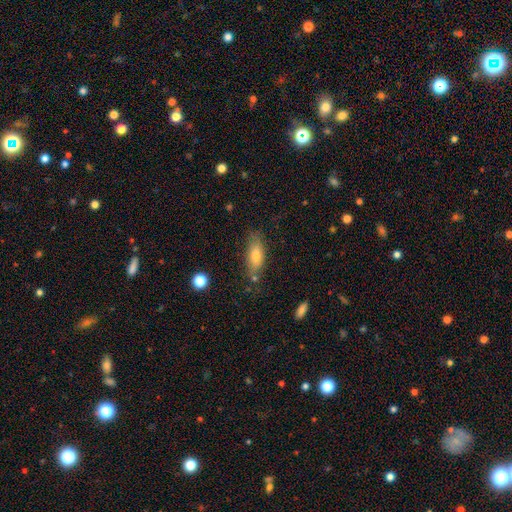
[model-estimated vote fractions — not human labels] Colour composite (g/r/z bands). It shows a smooth galaxy with no disk features (74%) that is in between round and cigar-shaped (67%). Merging: none (74%).